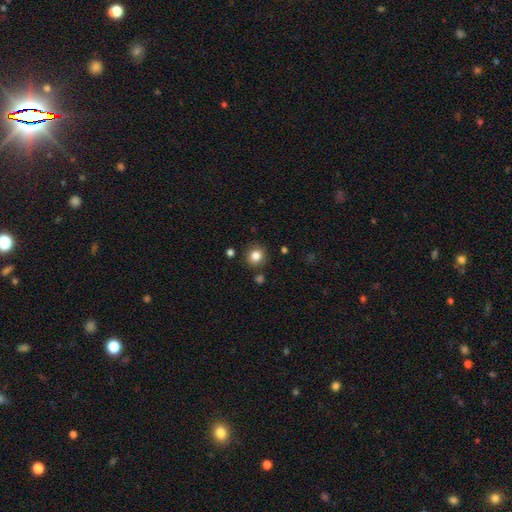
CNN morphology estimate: This appears to be a smooth galaxy with no disk features (84%) that is round (87%). Merging: none (86%).